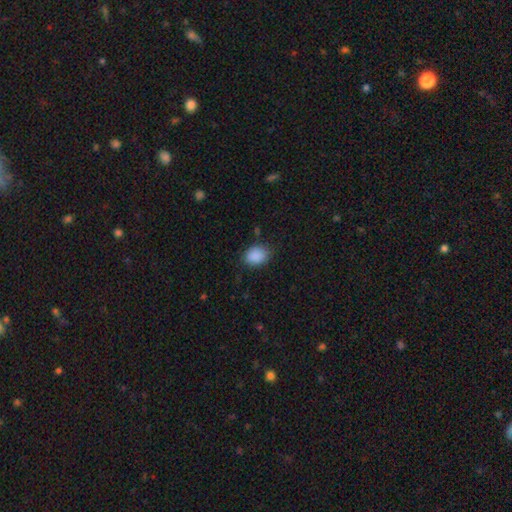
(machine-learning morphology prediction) Q: Smooth or featured?
A: smooth (89%); runner-up: star or artifact (8%)
Q: How rounded?
A: in between (63%); runner-up: round (36%)
Q: Merging?
A: none (78%); runner-up: minor disturbance (17%)